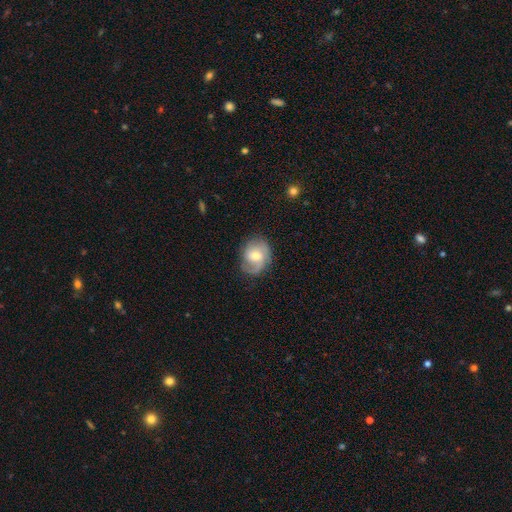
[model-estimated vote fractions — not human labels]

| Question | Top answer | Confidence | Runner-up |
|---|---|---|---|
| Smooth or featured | featured or disk | 59% | smooth (33%) |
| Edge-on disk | no | 96% | yes (4%) |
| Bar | no | 59% | weak (34%) |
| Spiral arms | yes | 86% | no (14%) |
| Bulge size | moderate | 59% | small (35%) |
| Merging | none | 66% | minor disturbance (23%) |